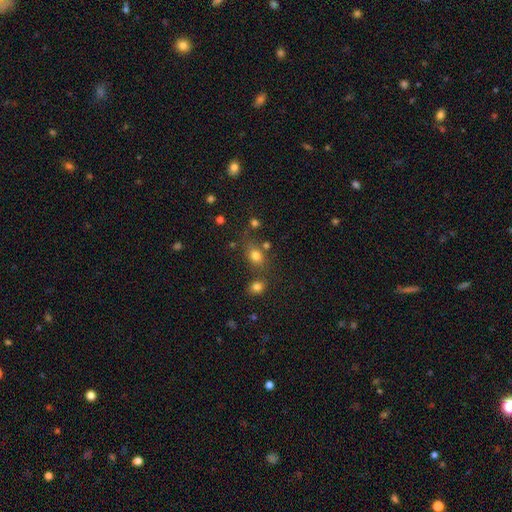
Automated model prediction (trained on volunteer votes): The model was most divided on "how rounded": in between: 63%, round: 36%, cigar-shaped: 2%. More confident: smooth or featured — smooth (77%); merging — none (65%).